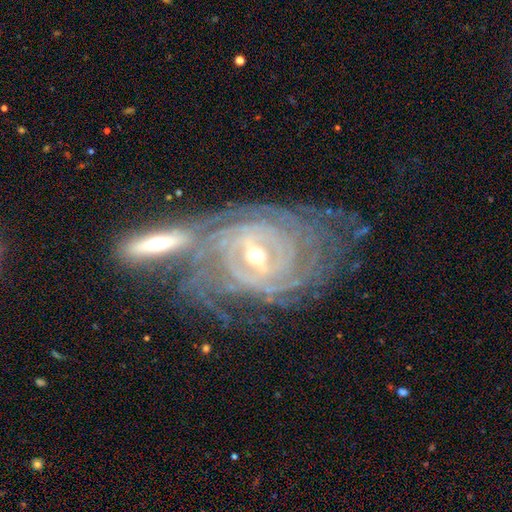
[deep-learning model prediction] Q: Smooth or featured?
A: featured or disk (91%); runner-up: star or artifact (5%)
Q: Edge-on disk?
A: no (94%); runner-up: yes (6%)
Q: Bar?
A: weak (41%); tied with: strong (41%)
Q: Spiral arms?
A: yes (97%); runner-up: no (3%)
Q: Spiral winding?
A: tight (81%); runner-up: medium (15%)
Q: Spiral arm count?
A: can't tell (36%); runner-up: 4 (19%)
Q: Bulge size?
A: moderate (51%); runner-up: small (46%)
Q: Merging?
A: none (42%); runner-up: merger (30%)